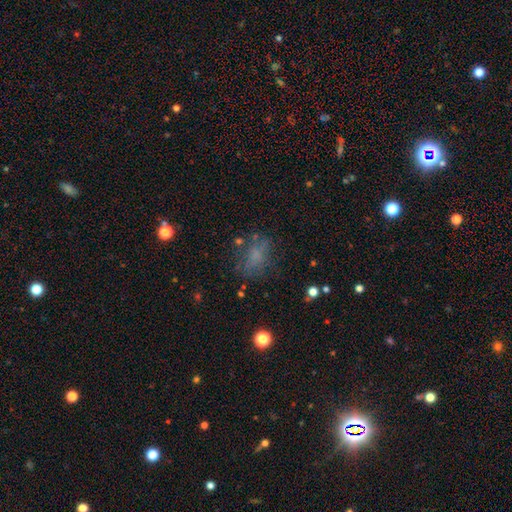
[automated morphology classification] smooth-or-featured: smooth: 59% | featured or disk: 21% | star or artifact: 20%
  how-rounded: in between: 69% | round: 28% | cigar-shaped: 3%
  merging: none: 60% | minor disturbance: 20% | major disturbance: 16% | merger: 5%